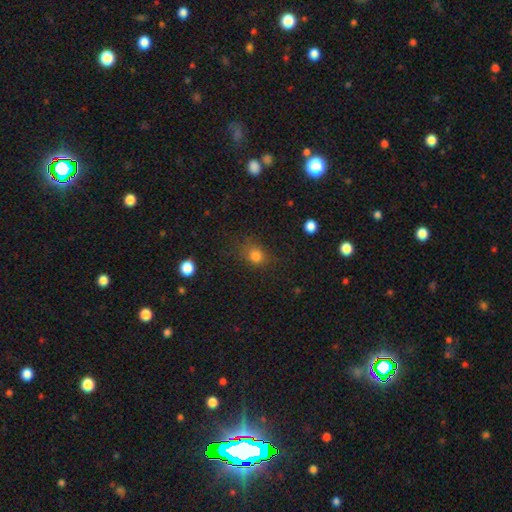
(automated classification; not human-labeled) Morphology: type=smooth (80%); roundness=round (65%); merging=none (70%).